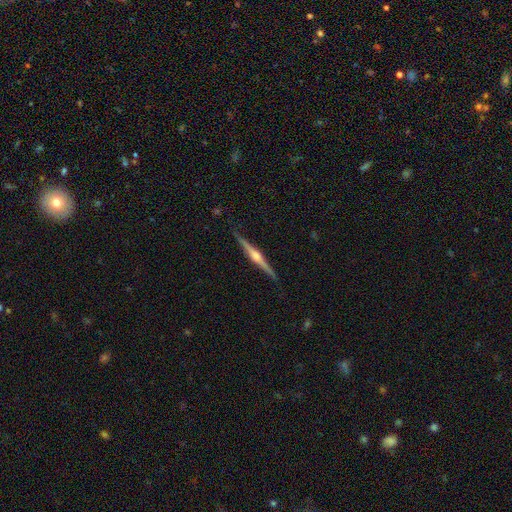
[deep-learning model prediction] Smooth or featured? Predicted: featured or disk (p=0.83). Edge-on disk? Predicted: yes (p=0.99). Edge-on bulge? Predicted: rounded (p=0.88). Merging? Predicted: none (p=0.90).